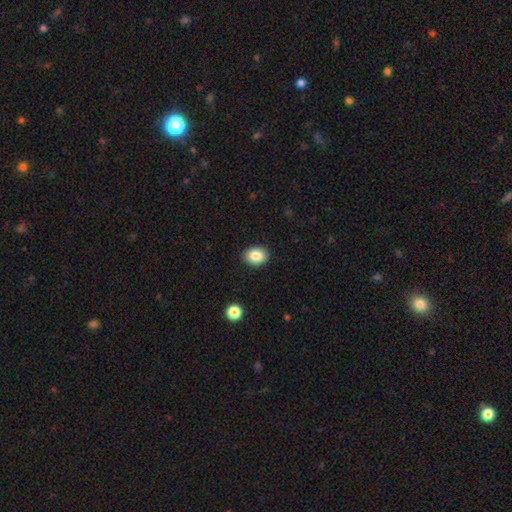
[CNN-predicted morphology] Smooth or featured? smooth (85%)
How rounded? in between (56%)
Merging? none (90%)